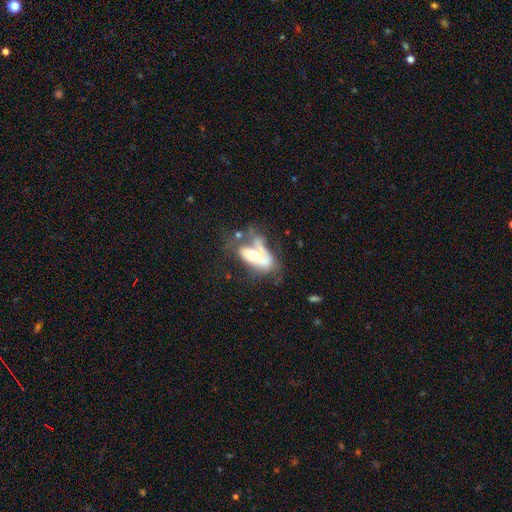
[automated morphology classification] This appears to be a featured or disk galaxy (55%) with no bar (73%), no spiral arms (56%) and a moderate central bulge (50%). Merging: major disturbance (36%).